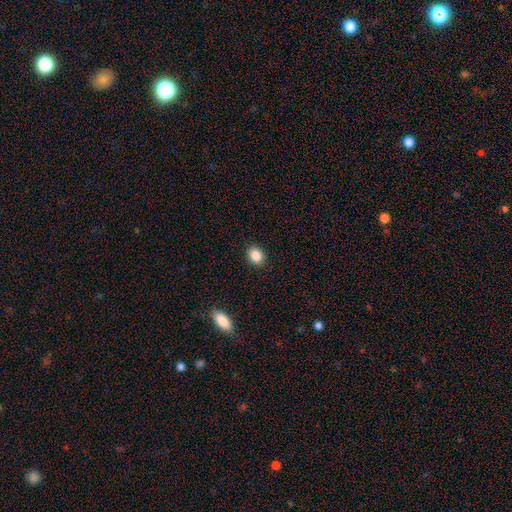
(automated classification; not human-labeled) Morphology: type=smooth (86%); roundness=in between (50%); merging=none (90%).